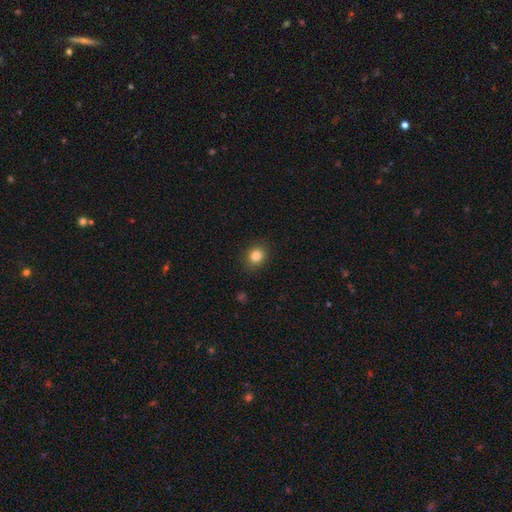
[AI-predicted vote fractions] This is clearly a smooth galaxy (83%). How rounded: likely round (71%). Merging: clearly none (89%).